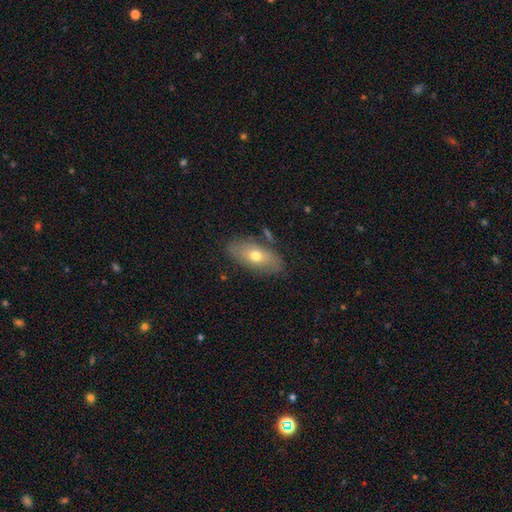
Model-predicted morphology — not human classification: A smooth galaxy with no disk features (59%) that is in between round and cigar-shaped (88%).

Vote fractions:
- Smooth or featured? smooth: 59% / featured or disk: 34% / star or artifact: 7%
- How rounded? in between: 88% / cigar-shaped: 7% / round: 5%
- Merging? none: 77% / minor disturbance: 15% / merger: 5% / major disturbance: 4%